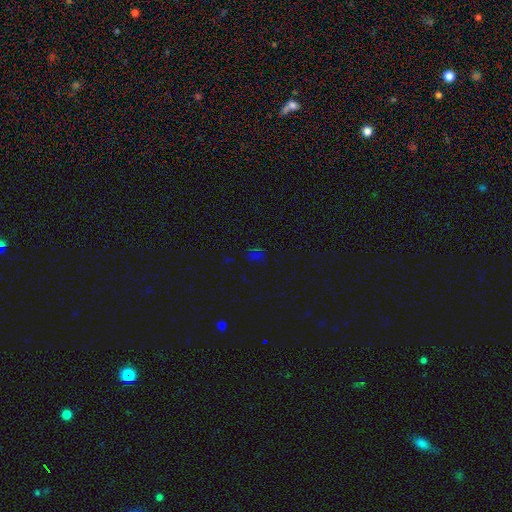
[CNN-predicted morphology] Smooth or featured? star or artifact (50%)